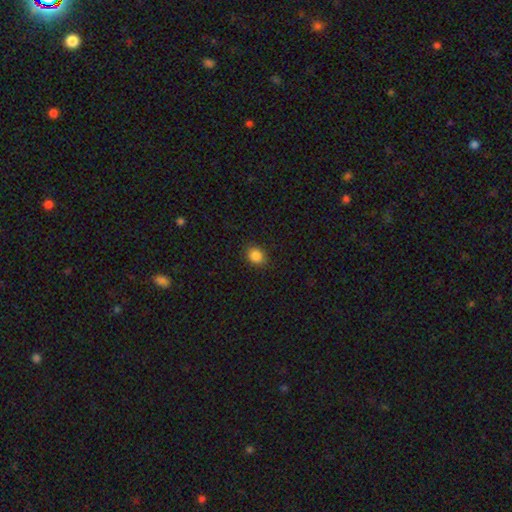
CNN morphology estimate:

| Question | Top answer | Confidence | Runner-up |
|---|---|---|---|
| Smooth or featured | smooth | 86% | star or artifact (10%) |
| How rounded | round | 56% | in between (43%) |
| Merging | none | 89% | minor disturbance (8%) |